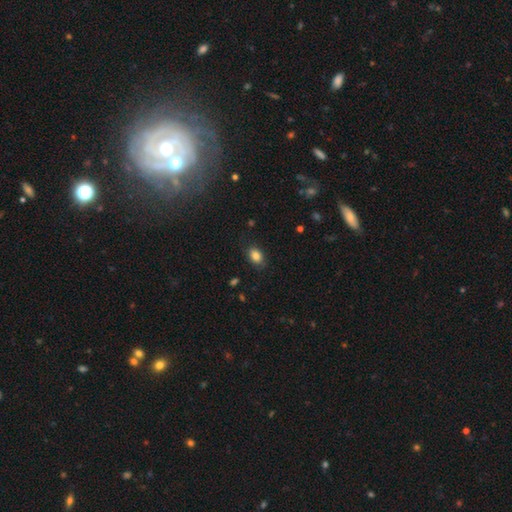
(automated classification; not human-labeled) Morphology: type=smooth (84%); roundness=in between (80%); merging=none (83%).